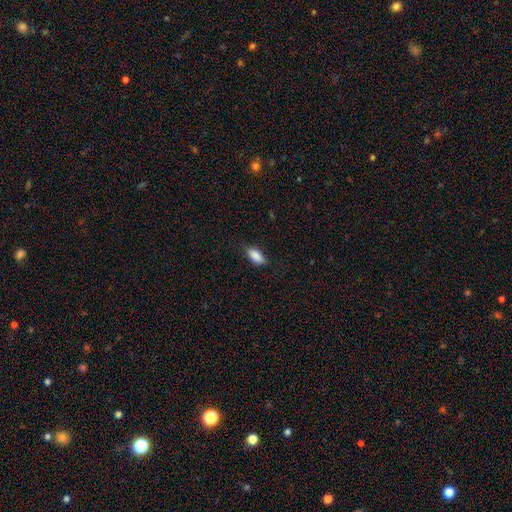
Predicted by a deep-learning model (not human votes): Overall: smooth (88%). How rounded: in between (86%). Merging: none (79%).